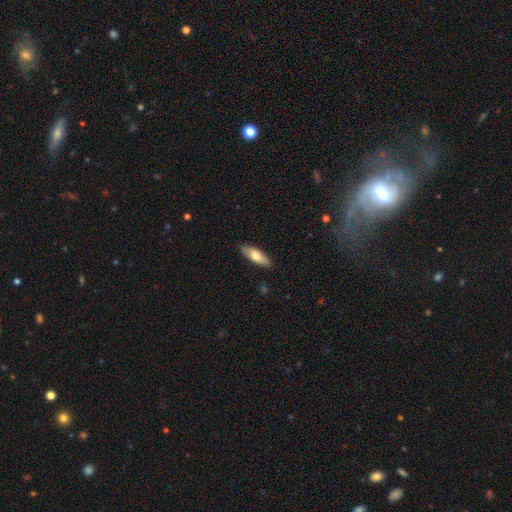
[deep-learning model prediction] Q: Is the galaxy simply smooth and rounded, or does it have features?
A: smooth — 70%.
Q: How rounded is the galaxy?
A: in between — 55%.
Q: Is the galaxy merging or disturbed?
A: none — 87%.